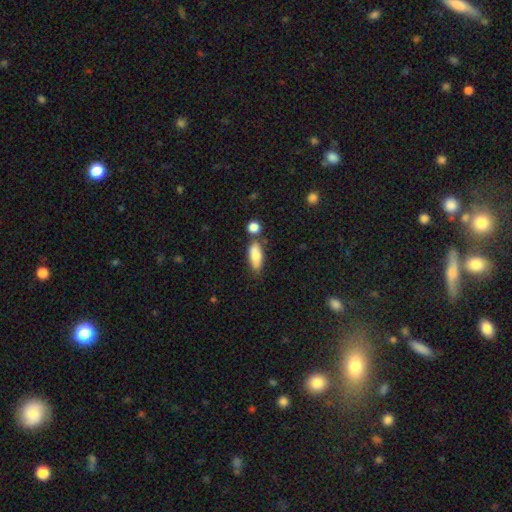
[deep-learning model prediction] Smooth or featured?
  - smooth: 79% *
  - featured or disk: 14%
  - star or artifact: 7%
How rounded?
  - in between: 76% *
  - cigar-shaped: 21%
  - round: 3%
Merging?
  - none: 60% *
  - minor disturbance: 19%
  - merger: 16%
  - major disturbance: 5%